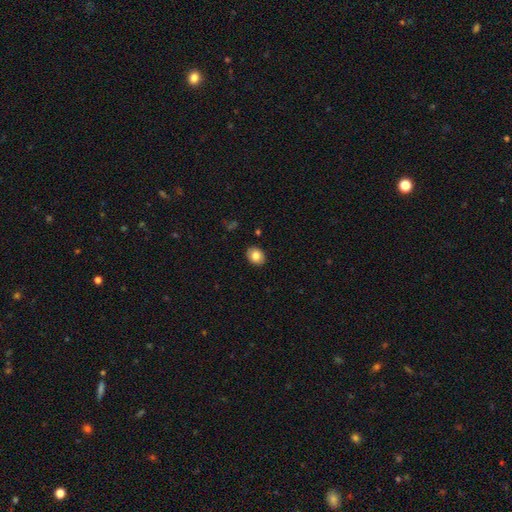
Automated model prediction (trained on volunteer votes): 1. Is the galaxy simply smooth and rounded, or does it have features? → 83% smooth, 9% featured or disk, 8% star or artifact.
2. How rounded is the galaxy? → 60% in between, 39% round, 1% cigar-shaped.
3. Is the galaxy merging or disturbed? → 90% none, 7% minor disturbance, 2% major disturbance, 1% merger.